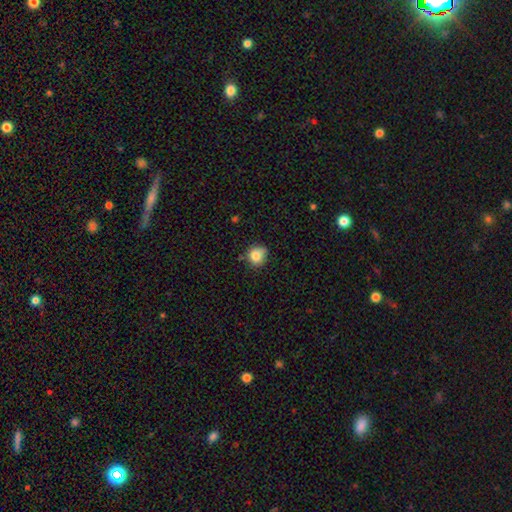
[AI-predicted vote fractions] This appears to be a smooth galaxy with no disk features (82%) that is round (82%). Merging: none (66%).